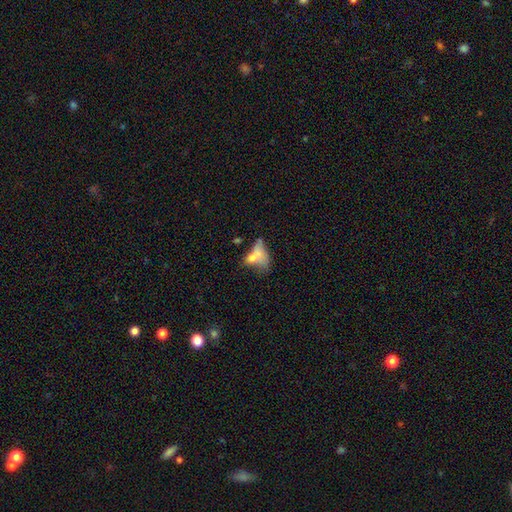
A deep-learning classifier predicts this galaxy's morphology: Overall: smooth (63%; featured or disk 27%). How rounded: in between (80%). Merging: merger (48%; none 21%).